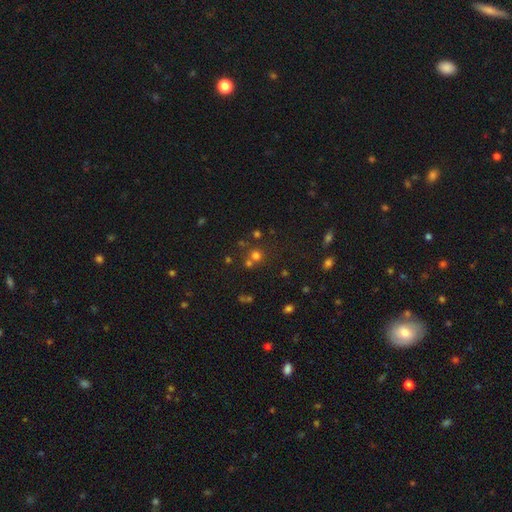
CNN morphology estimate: The model was most divided on "smooth or featured": smooth: 62%, star or artifact: 28%, featured or disk: 10%. More confident: how rounded — round (89%); merging — none (62%).